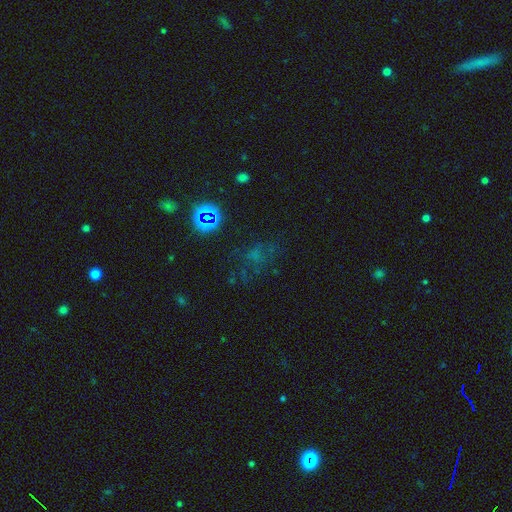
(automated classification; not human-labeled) Smooth or featured: star or artifact — 44% (smooth — 35%)